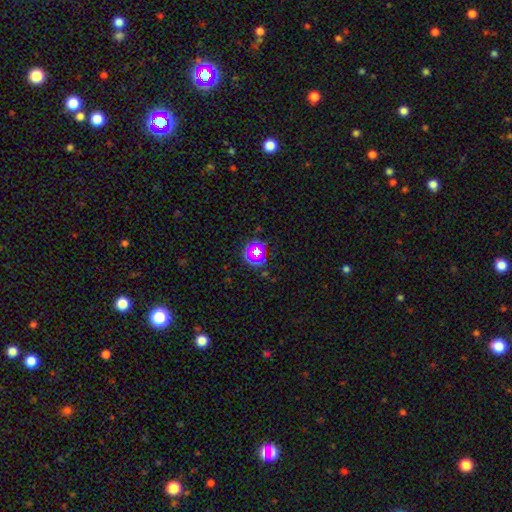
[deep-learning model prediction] Morphology: type=smooth (43%); merging=none (76%).